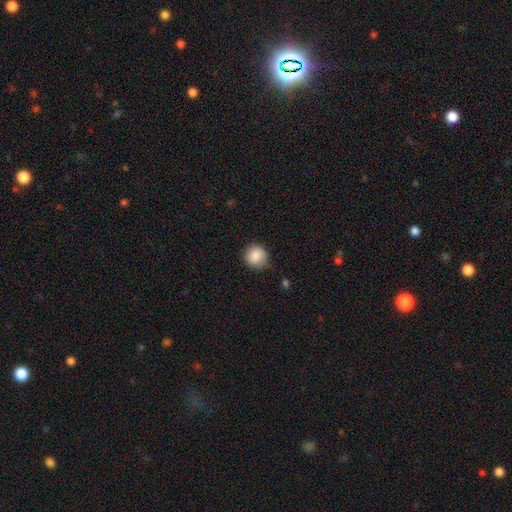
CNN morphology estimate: Q: Smooth or featured?
A: smooth (86%); runner-up: star or artifact (8%)
Q: How rounded?
A: round (88%); runner-up: in between (11%)
Q: Merging?
A: none (78%); runner-up: minor disturbance (17%)